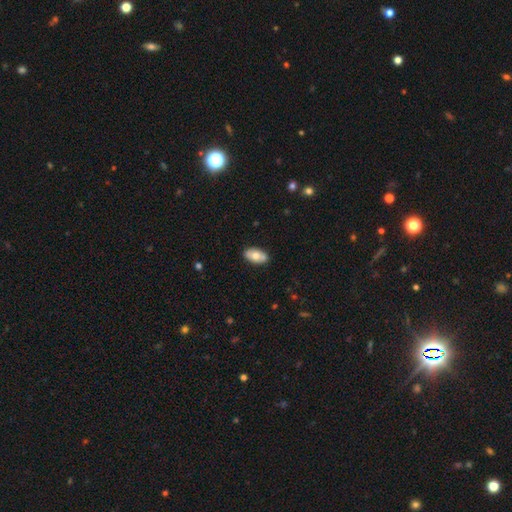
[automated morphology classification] Smooth or featured? Predicted: smooth (p=0.65). How rounded? Predicted: in between (p=0.93). Merging? Predicted: none (p=0.85).